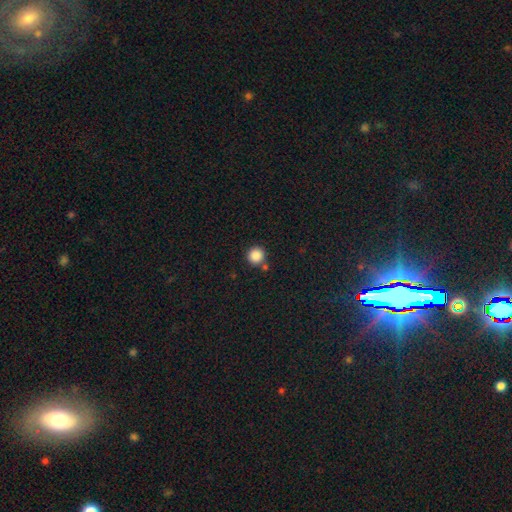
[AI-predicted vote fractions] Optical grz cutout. It shows a smooth galaxy with no disk features (86%) that is round (95%). Merging: none (81%).